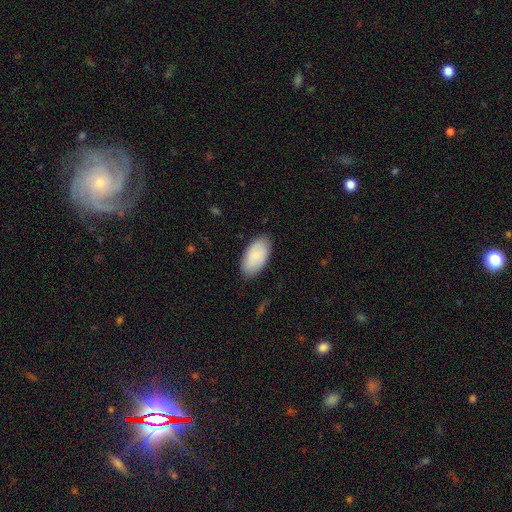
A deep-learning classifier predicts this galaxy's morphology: type=smooth (82%); roundness=in between (95%); merging=none (84%).